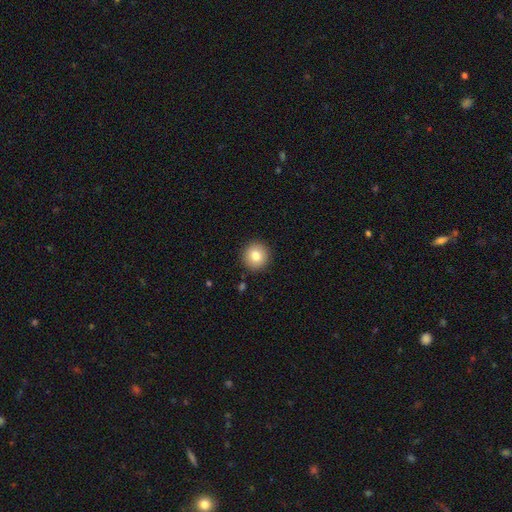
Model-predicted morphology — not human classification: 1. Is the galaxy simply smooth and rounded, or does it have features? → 81% smooth, 9% featured or disk, 9% star or artifact.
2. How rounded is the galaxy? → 95% round, 5% in between, 1% cigar-shaped.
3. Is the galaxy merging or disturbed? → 91% none, 6% minor disturbance, 2% major disturbance, 1% merger.